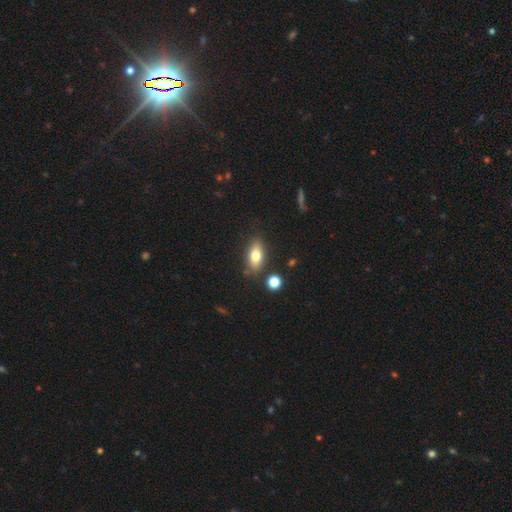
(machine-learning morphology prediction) A smooth galaxy with no disk features (73%) that is in between round and cigar-shaped (79%).

Vote fractions:
- Smooth or featured? smooth: 73% / featured or disk: 19% / star or artifact: 8%
- How rounded? in between: 79% / cigar-shaped: 16% / round: 5%
- Merging? none: 79% / minor disturbance: 13% / merger: 5% / major disturbance: 3%